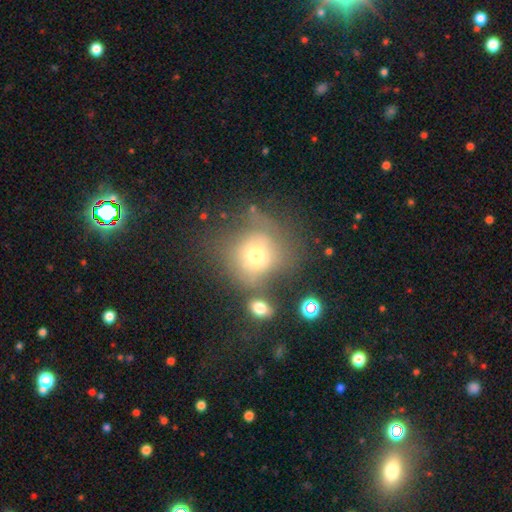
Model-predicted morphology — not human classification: Smooth or featured: smooth — 59% (featured or disk — 26%)
How rounded: round — 78% (in between — 20%)
Merging: none — 40% (major disturbance — 22%)